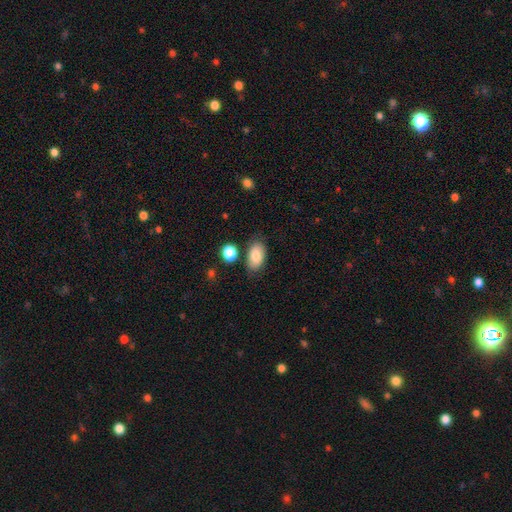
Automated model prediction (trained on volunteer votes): smooth 83%, featured or disk 9%, star or artifact 8%. Down the decision tree: how rounded — in between (92%); merging — none (78%).